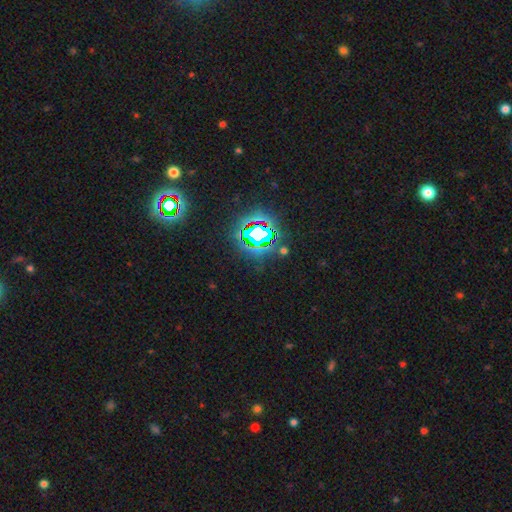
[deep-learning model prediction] Smooth or featured? Predicted: star or artifact (p=0.81).